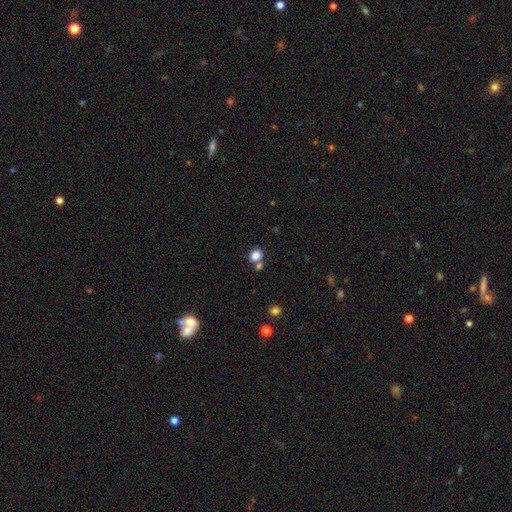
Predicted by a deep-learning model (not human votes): This appears to be a smooth galaxy with no disk features (83%) that is round (71%). Merging: none (60%).